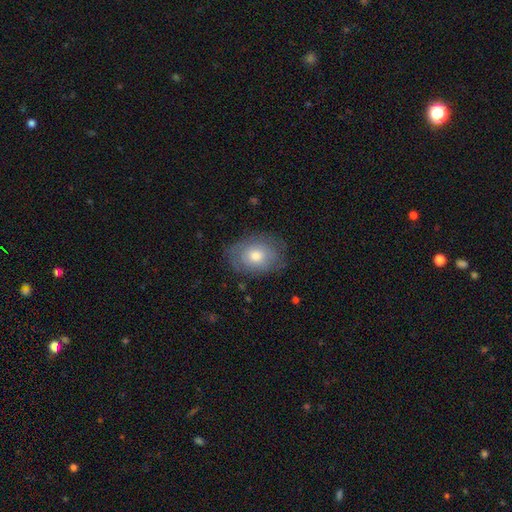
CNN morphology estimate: Q: Smooth or featured?
A: smooth (57%); runner-up: featured or disk (35%)
Q: How rounded?
A: in between (69%); runner-up: round (30%)
Q: Merging?
A: none (74%); runner-up: minor disturbance (19%)